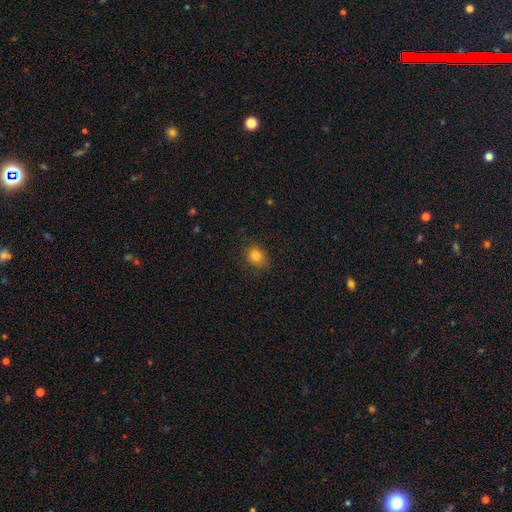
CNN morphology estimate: This is clearly a smooth galaxy (83%). How rounded: likely round (61%). Merging: clearly none (82%).